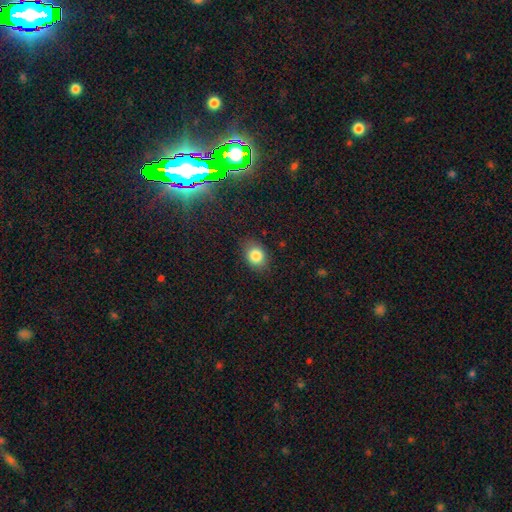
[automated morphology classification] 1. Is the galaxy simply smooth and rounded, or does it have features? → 83% smooth, 10% star or artifact, 7% featured or disk.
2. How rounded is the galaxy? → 58% in between, 41% round, 1% cigar-shaped.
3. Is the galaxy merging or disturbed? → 82% none, 14% minor disturbance, 3% major disturbance, 1% merger.